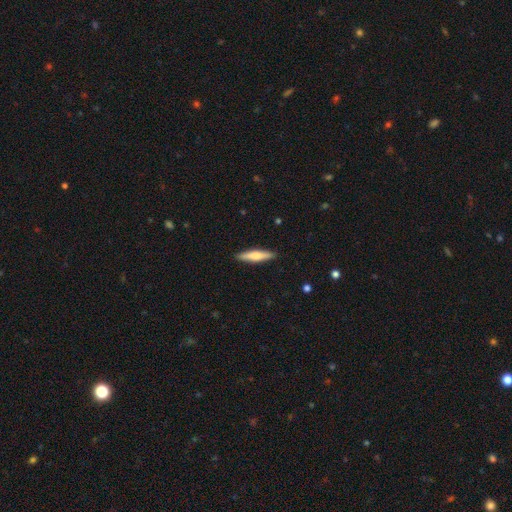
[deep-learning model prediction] Smooth or featured? Predicted: smooth (p=0.60). How rounded? Predicted: cigar-shaped (p=0.83). Merging? Predicted: none (p=0.90).